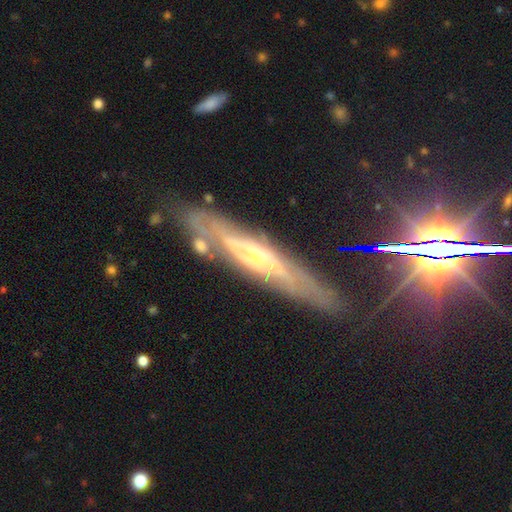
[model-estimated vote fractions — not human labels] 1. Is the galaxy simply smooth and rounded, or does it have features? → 75% featured or disk, 15% smooth, 10% star or artifact.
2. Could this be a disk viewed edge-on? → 61% yes, 39% no.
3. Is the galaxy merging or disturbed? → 77% none, 15% minor disturbance, 5% major disturbance, 3% merger.